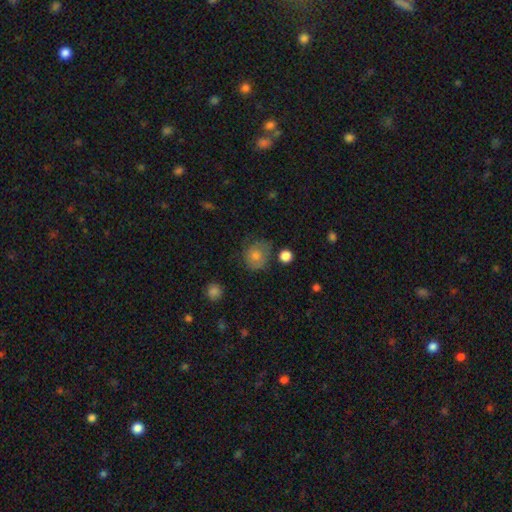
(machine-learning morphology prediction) Smooth or featured: smooth — 66% (featured or disk — 22%)
How rounded: round — 78% (in between — 21%)
Merging: none — 66% (minor disturbance — 23%)